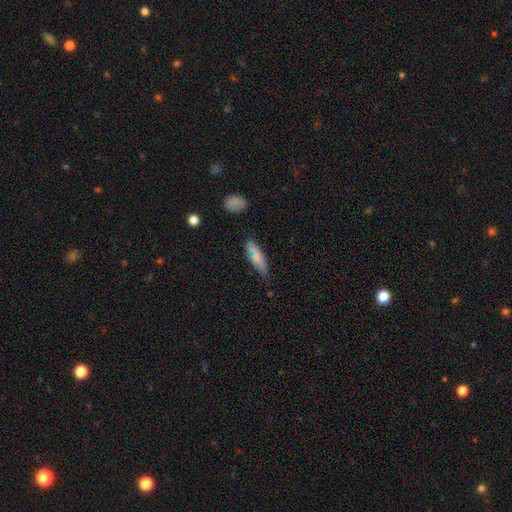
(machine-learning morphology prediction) A smooth galaxy with no disk features (77%) that is cigar-shaped (51%). Merging: none (66%).